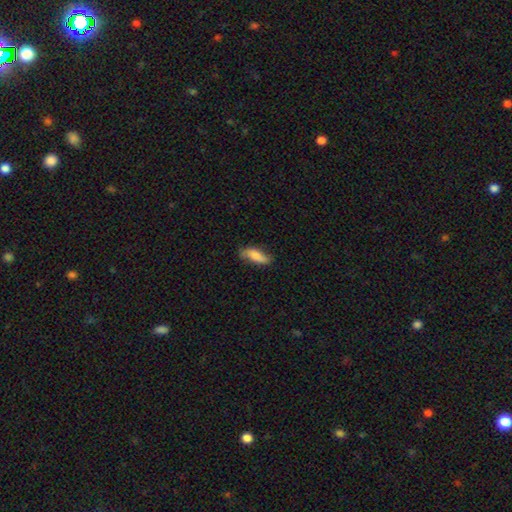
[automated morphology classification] Smooth or featured: smooth — 75% (featured or disk — 19%)
How rounded: in between — 68% (cigar-shaped — 30%)
Merging: none — 69% (minor disturbance — 24%)